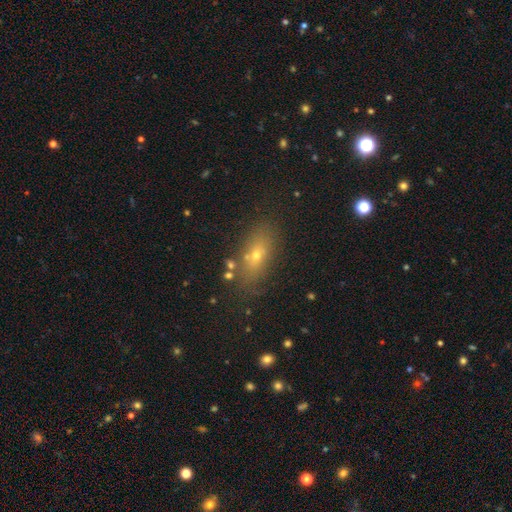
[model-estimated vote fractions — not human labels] Smooth or featured? smooth (60%)
How rounded? in between (71%)
Merging? none (78%)